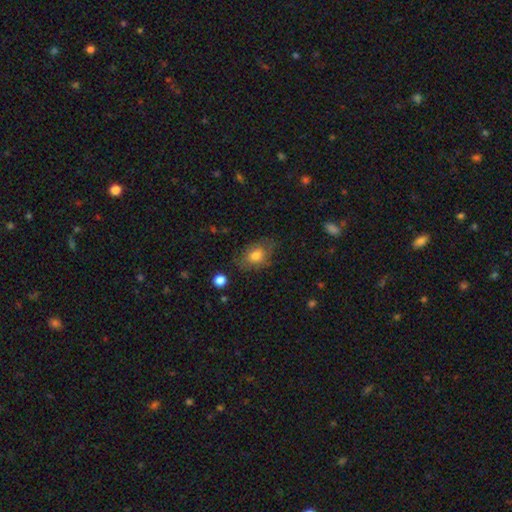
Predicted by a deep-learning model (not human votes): Smooth or featured? smooth (74%)
How rounded? in between (73%)
Merging? none (62%)